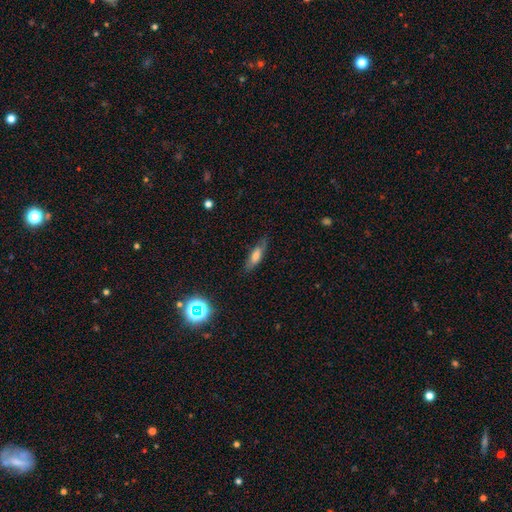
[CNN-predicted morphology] Q: Smooth or featured?
A: smooth (65%); runner-up: featured or disk (27%)
Q: How rounded?
A: in between (50%); runner-up: cigar-shaped (48%)
Q: Merging?
A: none (72%); runner-up: minor disturbance (21%)